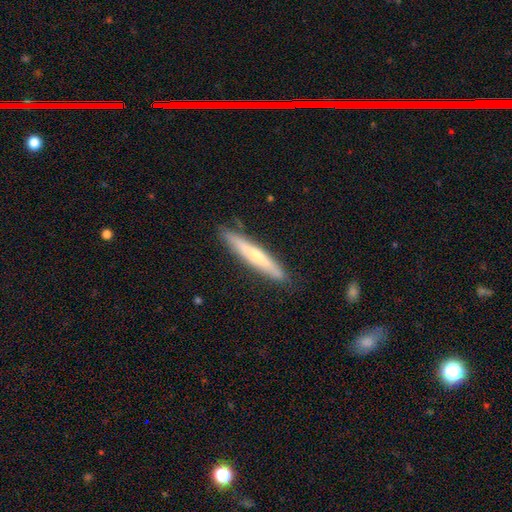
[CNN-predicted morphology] Smooth or featured?
  - smooth: 51% *
  - featured or disk: 44%
  - star or artifact: 6%
How rounded?
  - cigar-shaped: 94% *
  - in between: 5%
  - round: 1%
Merging?
  - none: 87% *
  - minor disturbance: 10%
  - major disturbance: 2%
  - merger: 1%